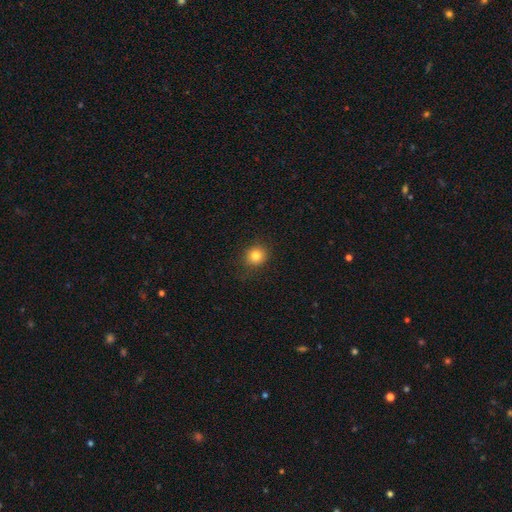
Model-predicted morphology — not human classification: Smooth or featured?
  - smooth: 82% *
  - star or artifact: 12%
  - featured or disk: 6%
How rounded?
  - round: 85% *
  - in between: 14%
  - cigar-shaped: 1%
Merging?
  - none: 86% *
  - minor disturbance: 10%
  - major disturbance: 3%
  - merger: 1%